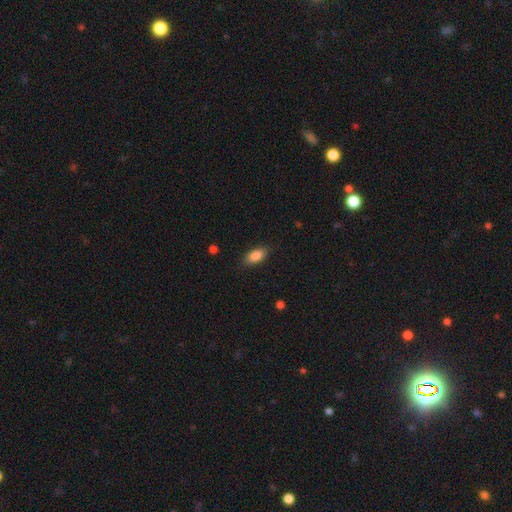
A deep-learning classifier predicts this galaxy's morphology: Smooth or featured? Predicted: smooth (p=0.86). How rounded? Predicted: in between (p=0.87). Merging? Predicted: none (p=0.84).